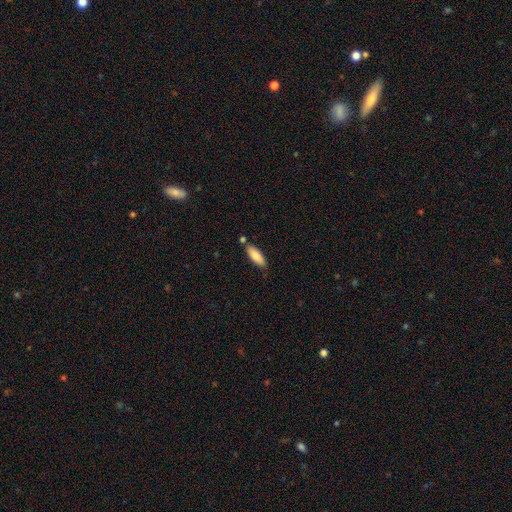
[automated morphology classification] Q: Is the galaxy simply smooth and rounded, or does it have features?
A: smooth — 83%.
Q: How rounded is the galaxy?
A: in between — 68%.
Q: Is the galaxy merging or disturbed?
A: none — 78%.